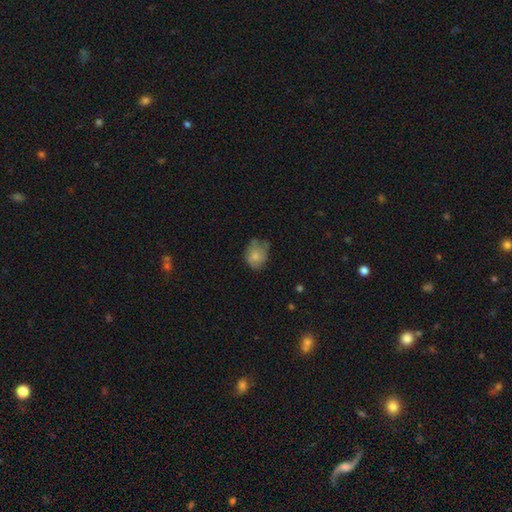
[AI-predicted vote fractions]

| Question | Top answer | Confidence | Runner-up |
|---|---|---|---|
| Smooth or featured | smooth | 71% | featured or disk (20%) |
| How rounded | in between | 50% | round (49%) |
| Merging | none | 48% | minor disturbance (36%) |